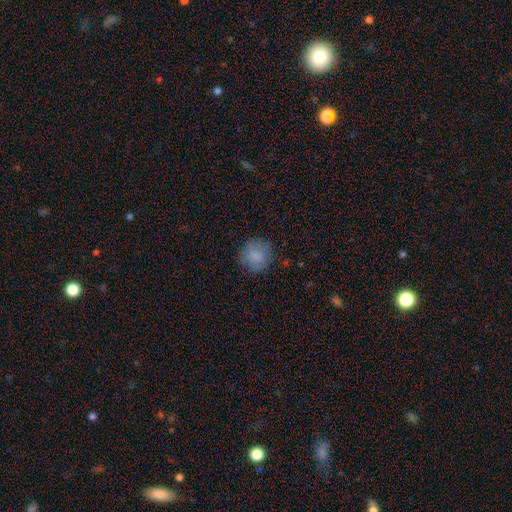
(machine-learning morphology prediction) This is clearly a smooth galaxy (82%). How rounded: clearly round (87%). Merging: clearly none (81%).